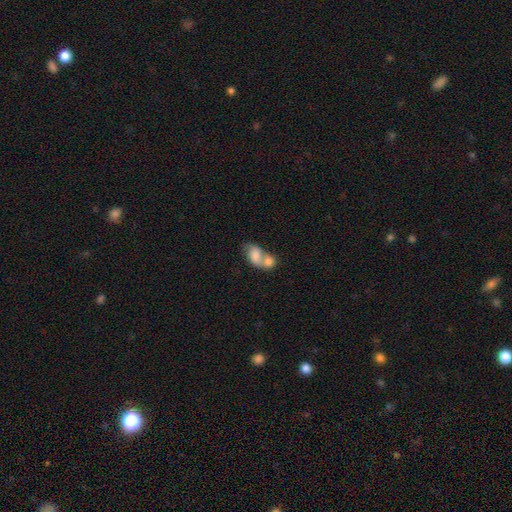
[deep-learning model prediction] Q: Smooth or featured?
A: smooth (70%); runner-up: featured or disk (22%)
Q: How rounded?
A: in between (77%); runner-up: round (20%)
Q: Merging?
A: merger (72%); runner-up: none (15%)